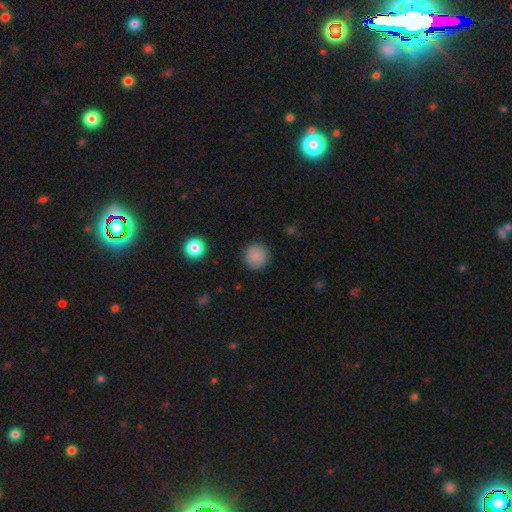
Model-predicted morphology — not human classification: A smooth galaxy with no disk features (87%) that is round (95%). Merging: none (90%).